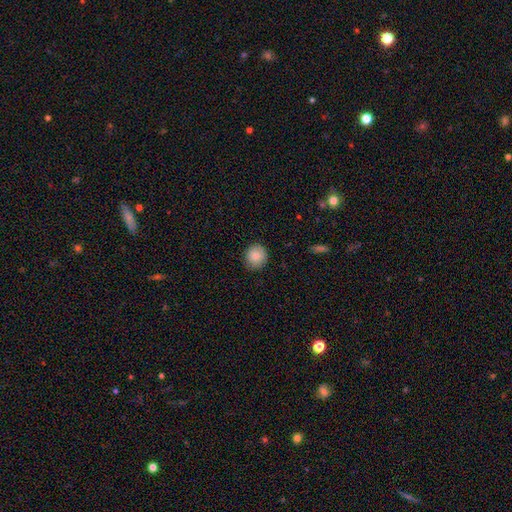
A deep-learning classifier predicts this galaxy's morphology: This is clearly a smooth galaxy (84%). How rounded: clearly round (87%). Merging: clearly none (87%).